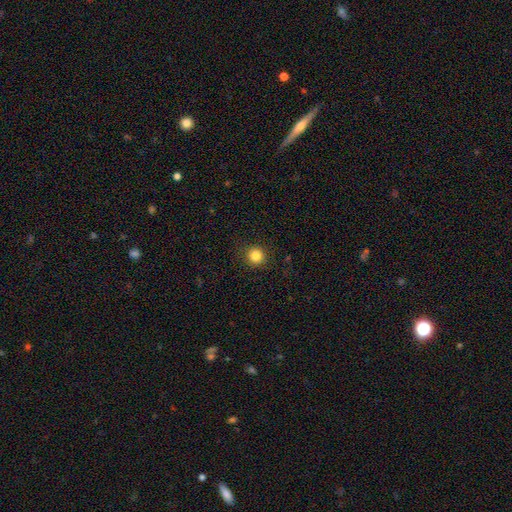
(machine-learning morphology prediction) This is clearly a smooth galaxy (84%). How rounded: clearly round (94%). Merging: clearly none (91%).